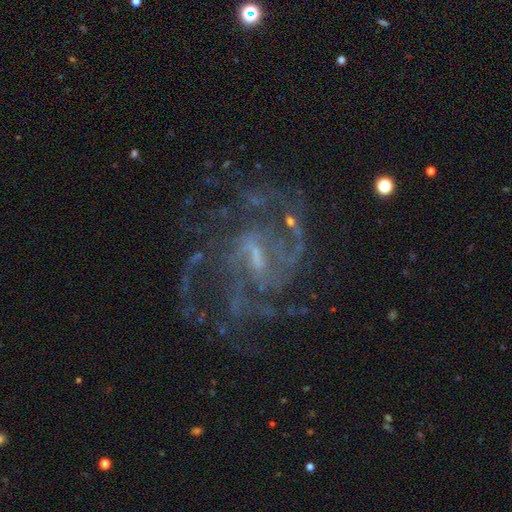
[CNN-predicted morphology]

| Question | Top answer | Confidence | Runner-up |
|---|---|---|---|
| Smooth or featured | featured or disk | 87% | star or artifact (8%) |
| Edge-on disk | no | 98% | yes (2%) |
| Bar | weak | 57% | strong (24%) |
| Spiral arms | yes | 94% | no (6%) |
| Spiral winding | medium | 52% | tight (28%) |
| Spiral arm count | can't tell | 26% | 2 (22%) |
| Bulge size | small | 52% | moderate (24%) |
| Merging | none | 61% | major disturbance (22%) |